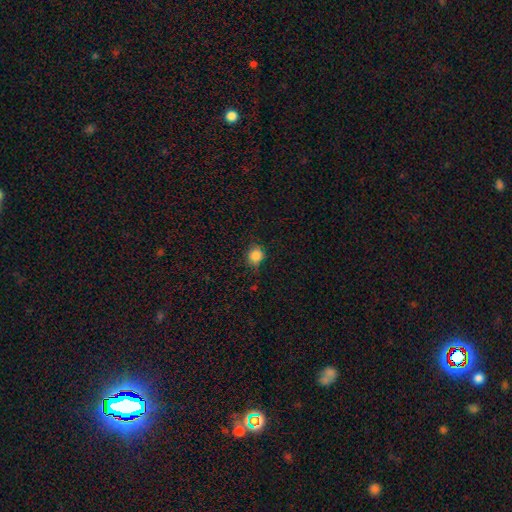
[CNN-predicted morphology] Q: Smooth or featured?
A: smooth (84%); runner-up: star or artifact (11%)
Q: How rounded?
A: round (75%); runner-up: in between (24%)
Q: Merging?
A: none (75%); runner-up: minor disturbance (20%)